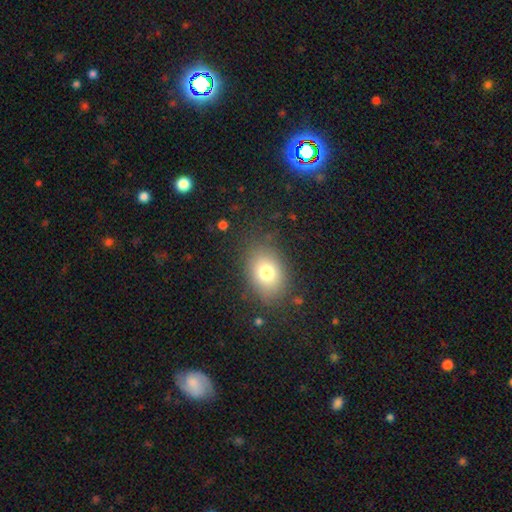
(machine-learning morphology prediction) This is likely a smooth galaxy (68%). How rounded: likely in between (69%). Merging: clearly none (85%).